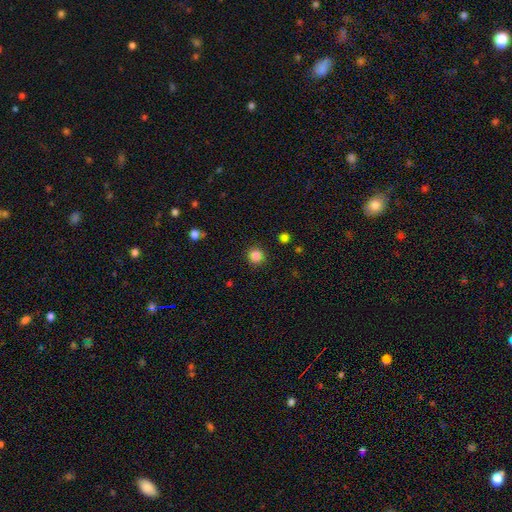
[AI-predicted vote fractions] Overall: smooth (85%). How rounded: round (94%). Merging: none (91%).